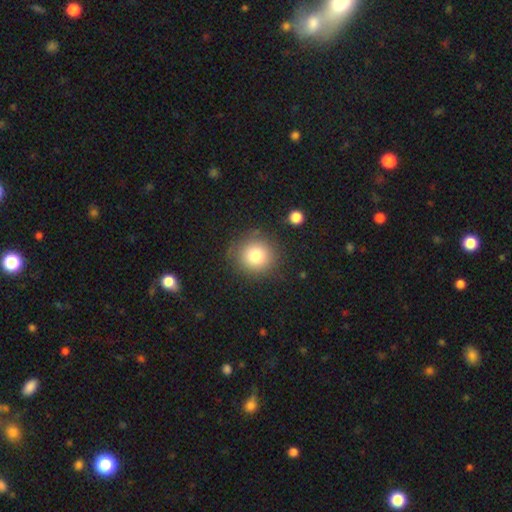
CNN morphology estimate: A smooth galaxy with no disk features (79%) that is round (90%). Merging: none (82%).